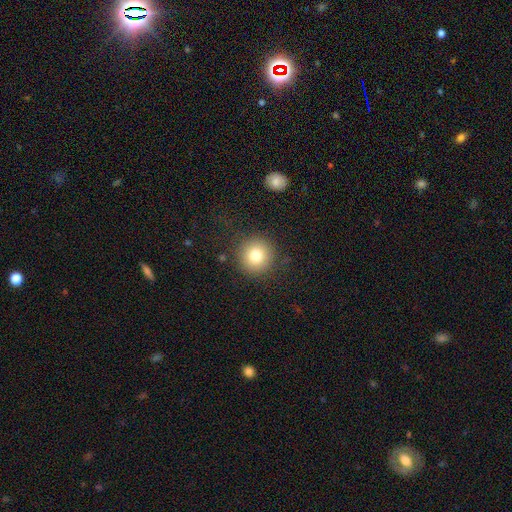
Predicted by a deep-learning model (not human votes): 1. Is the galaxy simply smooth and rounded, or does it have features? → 80% smooth, 11% star or artifact, 9% featured or disk.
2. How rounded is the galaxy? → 94% round, 5% in between, 1% cigar-shaped.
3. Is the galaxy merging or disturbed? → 88% none, 7% minor disturbance, 3% major disturbance, 1% merger.